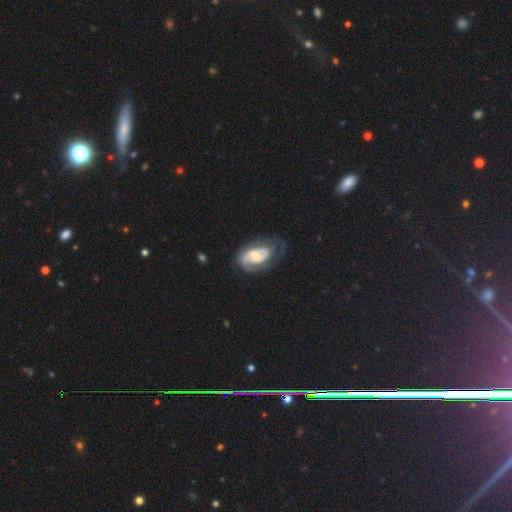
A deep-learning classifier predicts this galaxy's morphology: Smooth or featured: featured or disk — 81% (smooth — 14%)
Edge-on disk: no — 97% (yes — 3%)
Bar: no — 49% (weak — 40%)
Spiral arms: yes — 94% (no — 6%)
Spiral winding: tight — 47% (medium — 39%)
Spiral arm count: 2 — 60% (1 — 18%)
Bulge size: moderate — 46% (small — 42%)
Merging: none — 54% (minor disturbance — 24%)